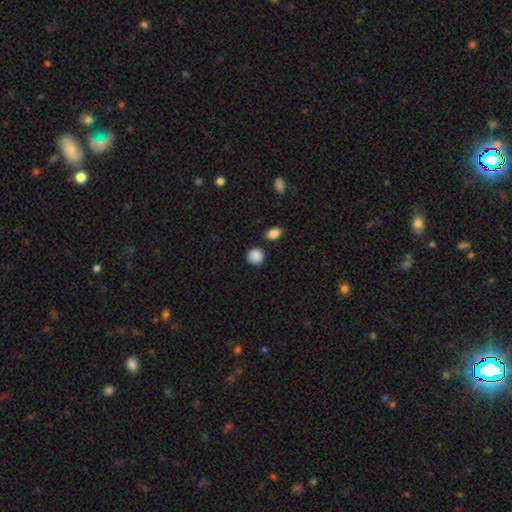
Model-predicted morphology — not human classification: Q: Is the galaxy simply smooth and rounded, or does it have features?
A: smooth — 88%.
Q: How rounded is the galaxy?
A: round — 87%.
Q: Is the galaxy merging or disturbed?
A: none — 83%.